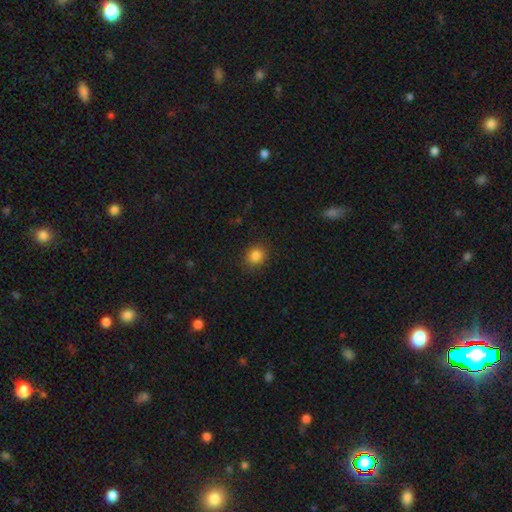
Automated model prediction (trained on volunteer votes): Overall: smooth (84%). How rounded: round (71%). Merging: none (88%).